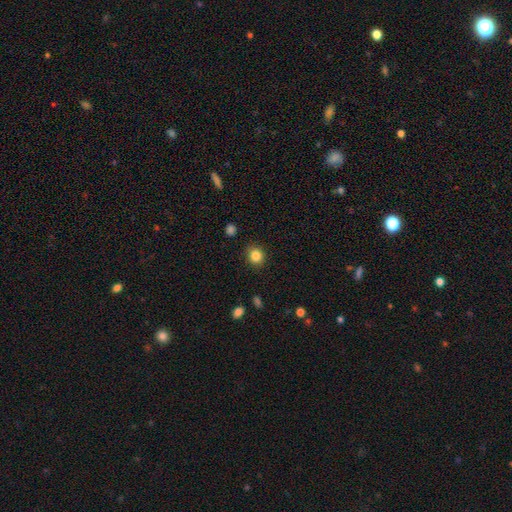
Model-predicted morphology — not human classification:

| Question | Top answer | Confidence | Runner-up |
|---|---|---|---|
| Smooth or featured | smooth | 85% | star or artifact (11%) |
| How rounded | round | 81% | in between (18%) |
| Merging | none | 89% | minor disturbance (8%) |